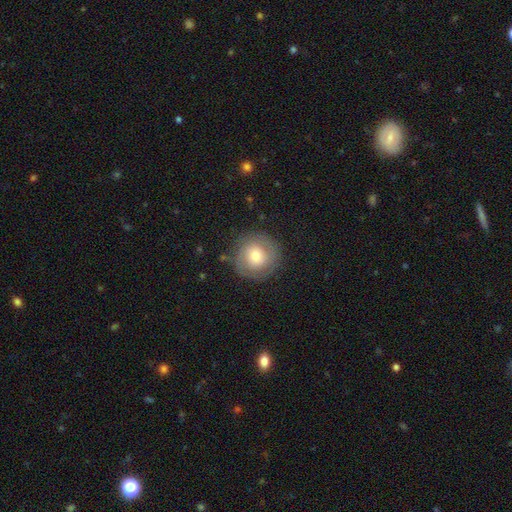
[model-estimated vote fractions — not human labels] This is possibly a smooth galaxy (54%). How rounded: clearly round (94%). Merging: clearly none (82%).